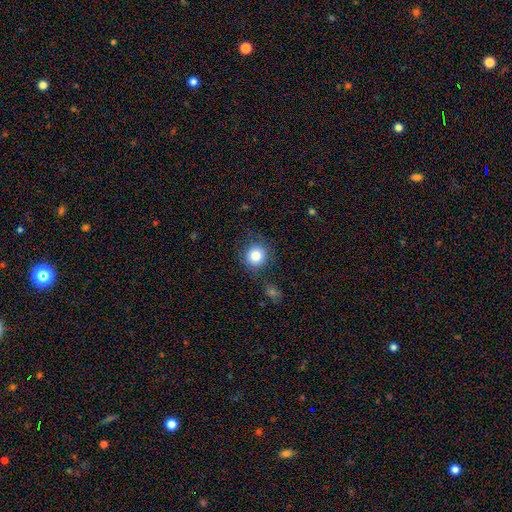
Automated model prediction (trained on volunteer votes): Smooth or featured? Predicted: smooth (p=0.83). How rounded? Predicted: round (p=0.90). Merging? Predicted: none (p=0.81).